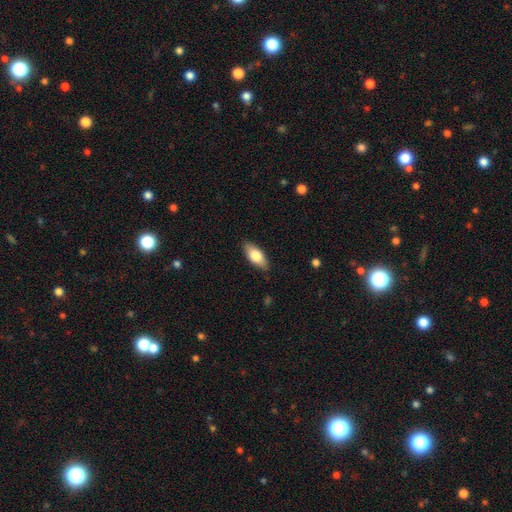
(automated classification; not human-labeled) Morphology: type=smooth (75%); roundness=in between (85%); merging=none (86%).